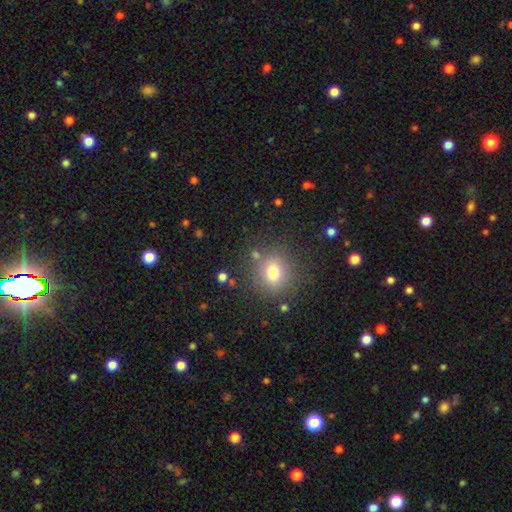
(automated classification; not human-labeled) Overall: smooth (74%). How rounded: round (81%). Merging: none (83%).